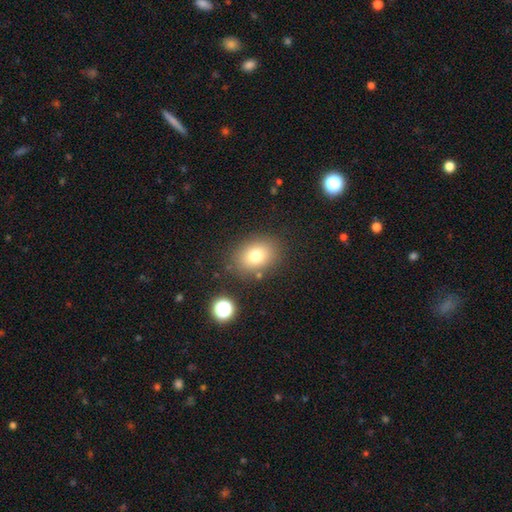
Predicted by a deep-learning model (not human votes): smooth_or_featured: smooth (p=0.77) [alt: star or artifact p=0.12]
how_rounded: in between (p=0.62) [alt: round p=0.37]
merging: none (p=0.81) [alt: minor disturbance p=0.11]